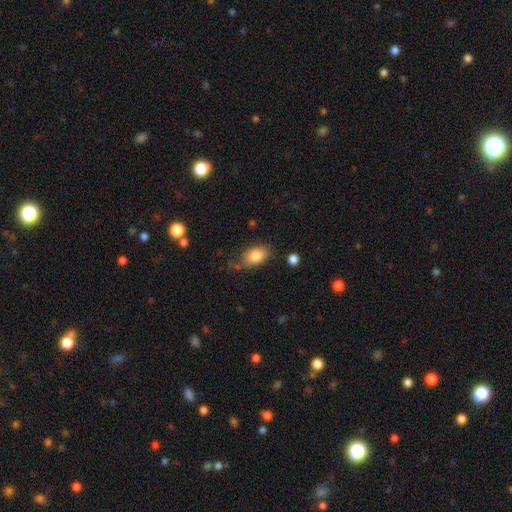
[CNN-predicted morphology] smooth_or_featured: smooth (p=0.82) [alt: featured or disk p=0.10]
how_rounded: in between (p=0.88) [alt: round p=0.09]
merging: none (p=0.60) [alt: minor disturbance p=0.25]